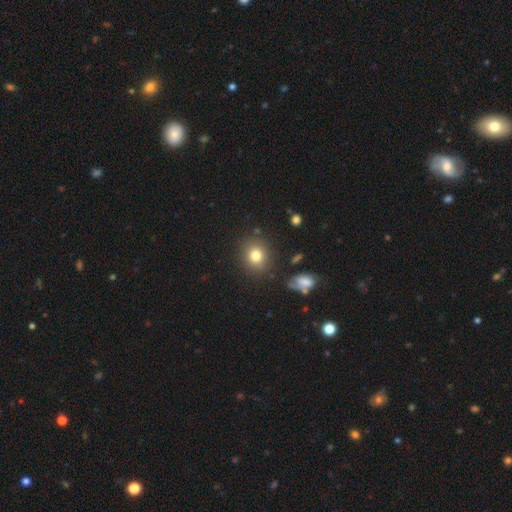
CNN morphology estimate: Q: Smooth or featured?
A: smooth (79%); runner-up: star or artifact (12%)
Q: How rounded?
A: round (76%); runner-up: in between (23%)
Q: Merging?
A: none (85%); runner-up: minor disturbance (9%)